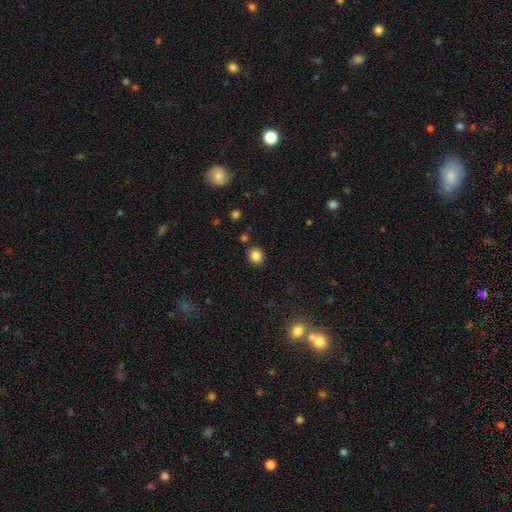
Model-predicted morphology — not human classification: This appears to be a smooth galaxy with no disk features (85%) that is round (78%). Merging: none (86%).